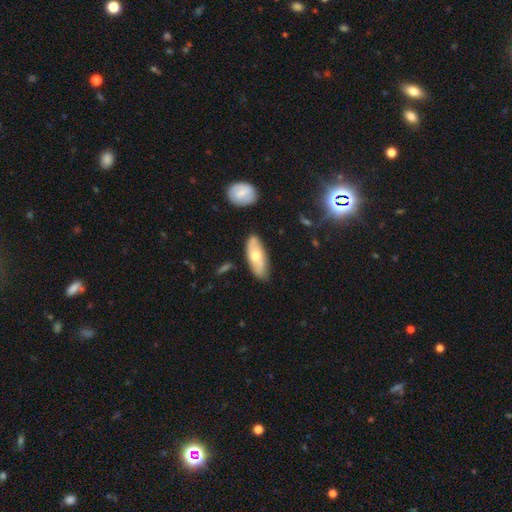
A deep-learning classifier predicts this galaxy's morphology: Q: Smooth or featured?
A: smooth (56%); runner-up: featured or disk (38%)
Q: How rounded?
A: in between (72%); runner-up: cigar-shaped (25%)
Q: Merging?
A: none (78%); runner-up: minor disturbance (16%)